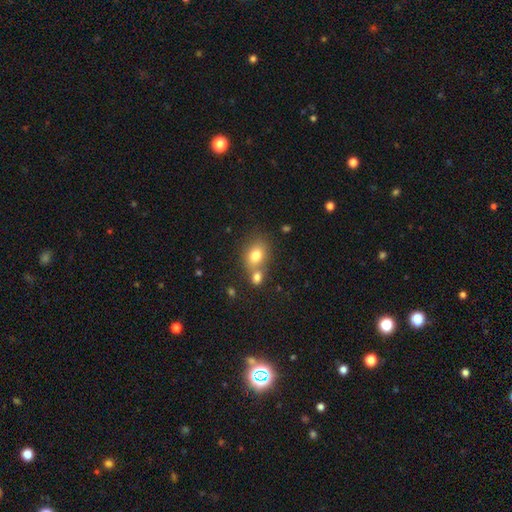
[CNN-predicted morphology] Smooth or featured? Predicted: smooth (p=0.77). How rounded? Predicted: in between (p=0.64). Merging? Predicted: none (p=0.46).